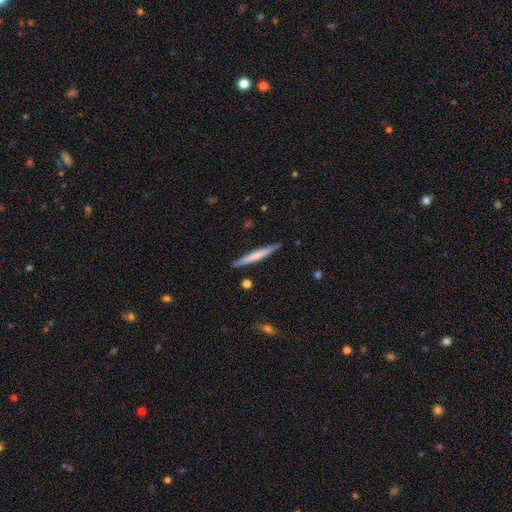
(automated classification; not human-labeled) Smooth or featured?
  - smooth: 56% *
  - featured or disk: 38%
  - star or artifact: 5%
How rounded?
  - cigar-shaped: 96% *
  - in between: 2%
  - round: 1%
Merging?
  - none: 89% *
  - minor disturbance: 8%
  - merger: 1%
  - major disturbance: 1%